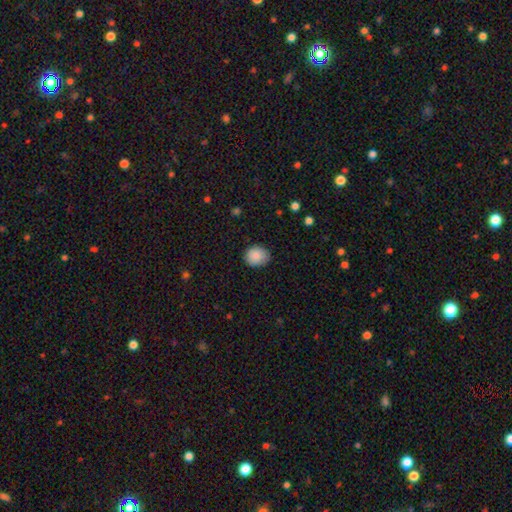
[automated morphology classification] A smooth galaxy with no disk features (87%) that is round (69%).

Vote fractions:
- Smooth or featured? smooth: 87% / star or artifact: 8% / featured or disk: 5%
- How rounded? round: 69% / in between: 30% / cigar-shaped: 1%
- Merging? none: 82% / minor disturbance: 15% / major disturbance: 2% / merger: 1%